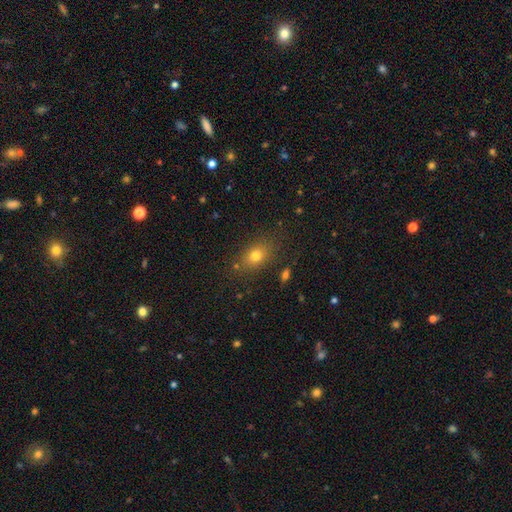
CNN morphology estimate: A smooth galaxy with no disk features (76%) that is in between round and cigar-shaped (73%). Merging: none (80%).